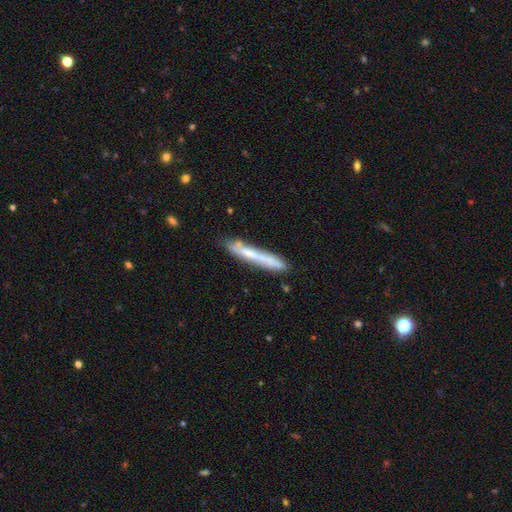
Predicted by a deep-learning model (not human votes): The model was most divided on "smooth or featured": smooth: 53%, featured or disk: 39%, star or artifact: 8%. More confident: how rounded — cigar-shaped (96%); merging — none (79%).